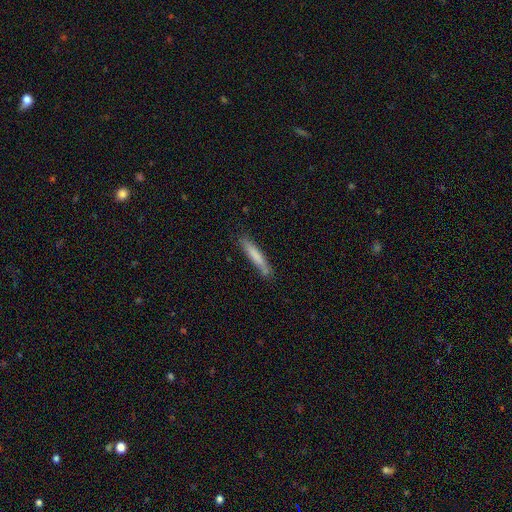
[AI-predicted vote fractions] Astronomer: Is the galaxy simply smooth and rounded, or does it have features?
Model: smooth — 75%.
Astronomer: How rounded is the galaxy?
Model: cigar-shaped — 93%.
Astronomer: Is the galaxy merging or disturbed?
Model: none — 79%.